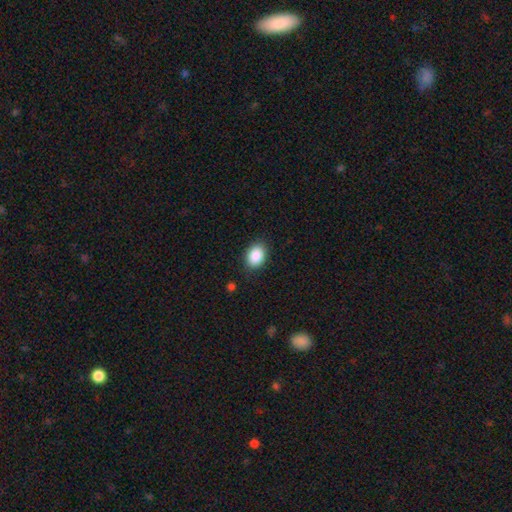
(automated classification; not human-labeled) The model was most divided on "how rounded": in between: 75%, round: 24%, cigar-shaped: 1%. More confident: smooth or featured — smooth (89%); merging — none (86%).